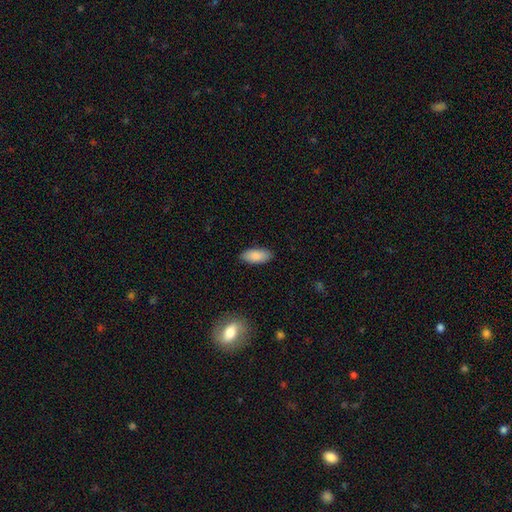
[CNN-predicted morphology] This appears to be a smooth galaxy with no disk features (87%) that is in between round and cigar-shaped (90%). Merging: none (87%).